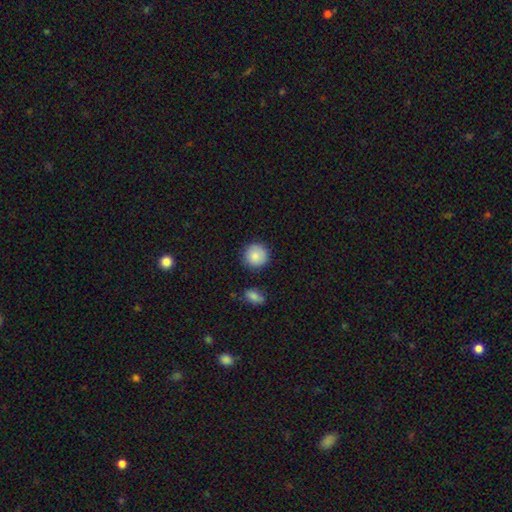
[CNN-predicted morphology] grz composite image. It shows a smooth galaxy with no disk features (87%) that is round (93%). Merging: none (86%).